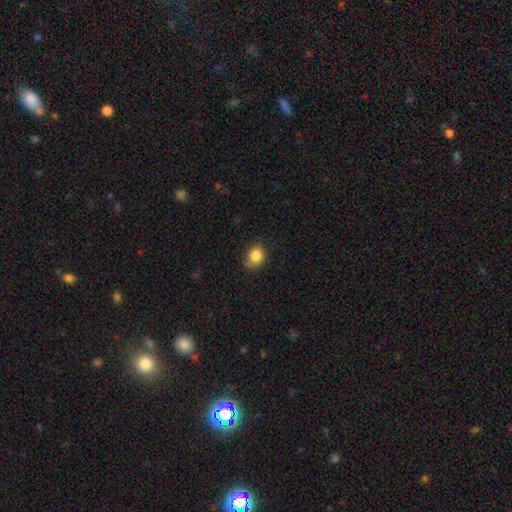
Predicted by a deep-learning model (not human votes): smooth 85%, star or artifact 9%, featured or disk 6%. Down the decision tree: how rounded — round (53%); merging — none (70%).